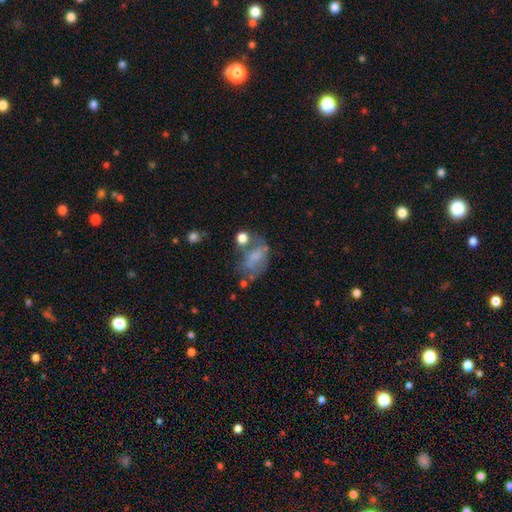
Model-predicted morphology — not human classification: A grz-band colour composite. It shows a smooth galaxy with no disk features (48%). Merging: none (32%).